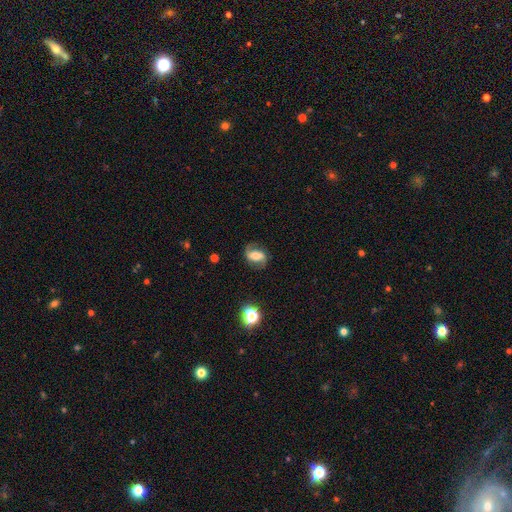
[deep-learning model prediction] This is possibly a featured or disk galaxy (58%). It is clearly not viewed edge-on (94%). Bar: marginally strong (39%). Spiral arm pattern: clearly yes (86%). Central bulge: possibly moderate (49%). Merging: likely none (75%).